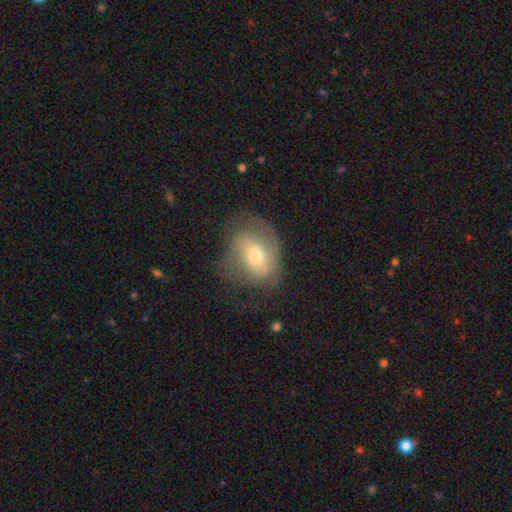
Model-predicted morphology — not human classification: smooth-or-featured: smooth: 47% | featured or disk: 44% | star or artifact: 9%
  merging: none: 50% | minor disturbance: 27% | major disturbance: 22% | merger: 2%